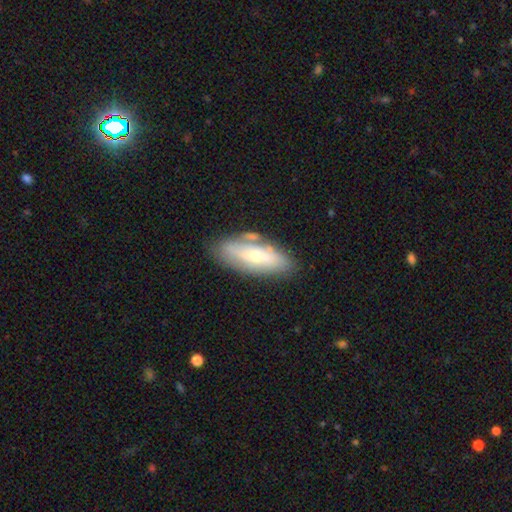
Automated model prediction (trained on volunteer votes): Q: Smooth or featured?
A: featured or disk (49%); runner-up: smooth (44%)
Q: Merging?
A: none (70%); runner-up: minor disturbance (17%)